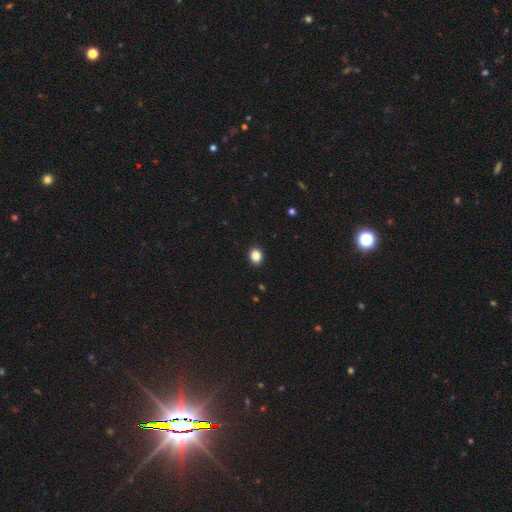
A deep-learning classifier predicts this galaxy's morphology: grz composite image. It shows a smooth galaxy with no disk features (86%) that is round (58%). Merging: none (92%).